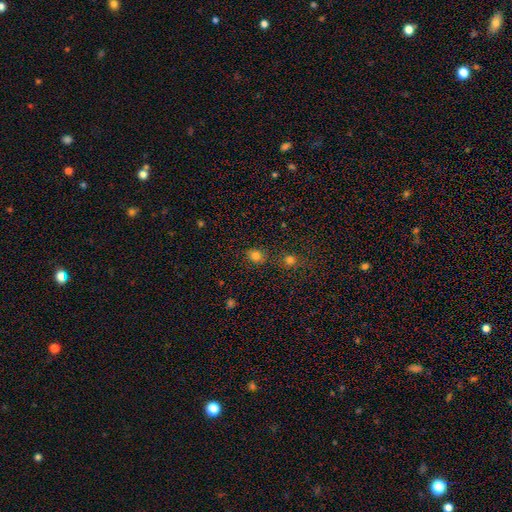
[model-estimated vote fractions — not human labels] A smooth galaxy with no disk features (80%) that is round (68%).

Vote fractions:
- Smooth or featured? smooth: 80% / star or artifact: 14% / featured or disk: 6%
- How rounded? round: 68% / in between: 31% / cigar-shaped: 1%
- Merging? none: 79% / minor disturbance: 10% / merger: 7% / major disturbance: 3%